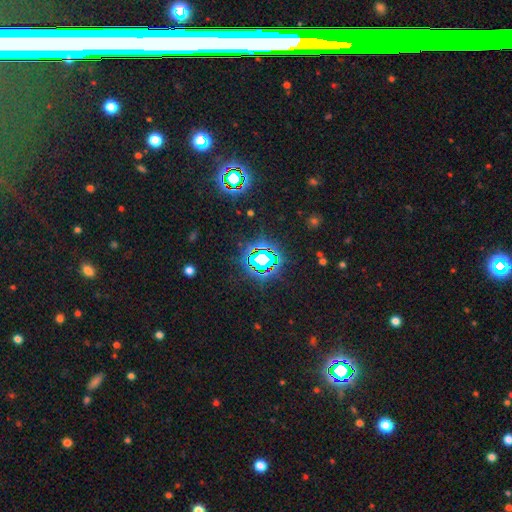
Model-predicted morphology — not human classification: smooth-or-featured: star or artifact: 80% | smooth: 12% | featured or disk: 8%